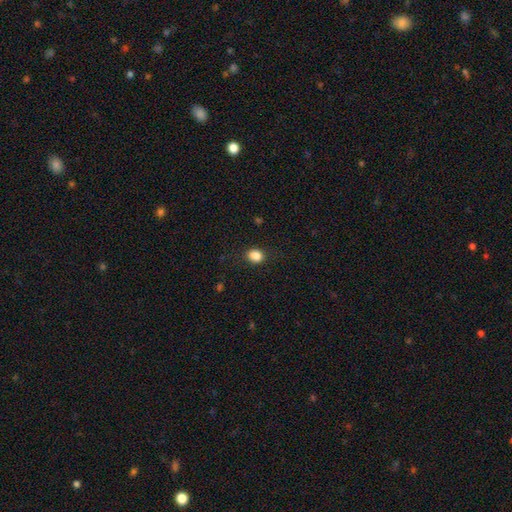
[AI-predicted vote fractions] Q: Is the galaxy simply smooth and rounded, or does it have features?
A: smooth — 86%.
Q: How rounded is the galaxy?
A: in between — 53%.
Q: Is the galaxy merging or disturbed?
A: none — 84%.